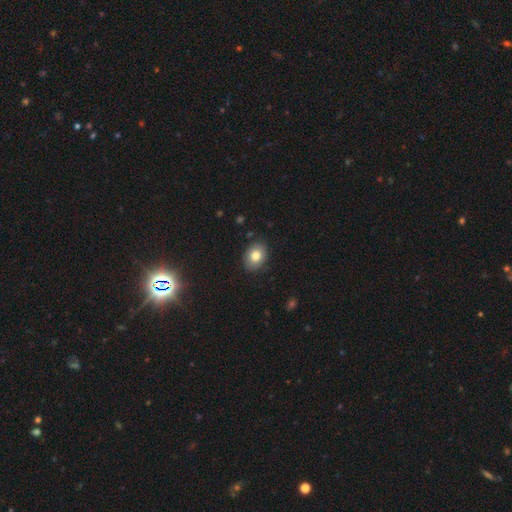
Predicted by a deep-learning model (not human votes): Smooth or featured: smooth — 80% (featured or disk — 12%)
How rounded: in between — 64% (round — 35%)
Merging: none — 86% (minor disturbance — 10%)